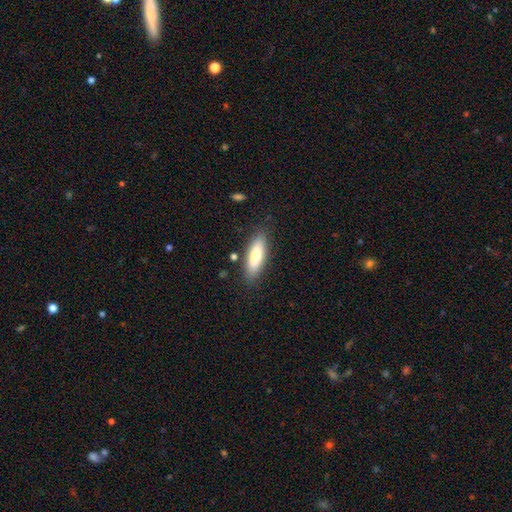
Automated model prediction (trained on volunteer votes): Morphology: type=smooth (74%); roundness=in between (55%); merging=none (84%).